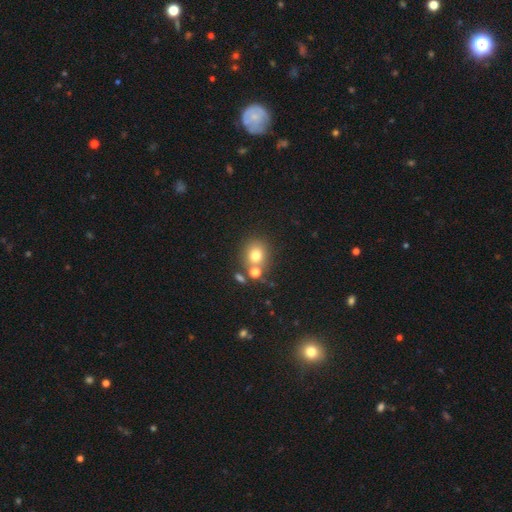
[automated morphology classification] smooth-or-featured: smooth: 75% | star or artifact: 14% | featured or disk: 11%
  how-rounded: round: 80% | in between: 19% | cigar-shaped: 1%
  merging: none: 64% | merger: 22% | minor disturbance: 10% | major disturbance: 4%